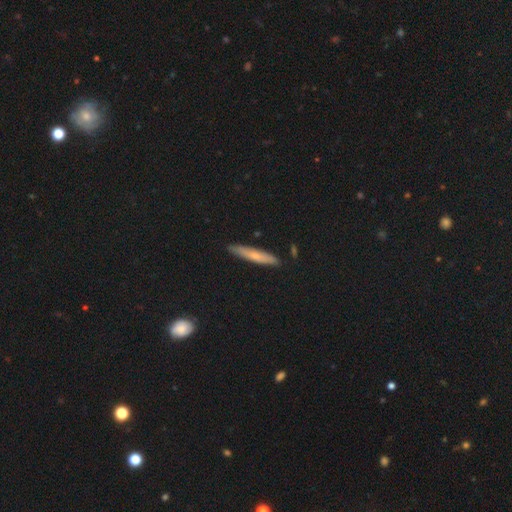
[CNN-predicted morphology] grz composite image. It shows a smooth galaxy with no disk features (60%) that is cigar-shaped (91%). Merging: none (86%).